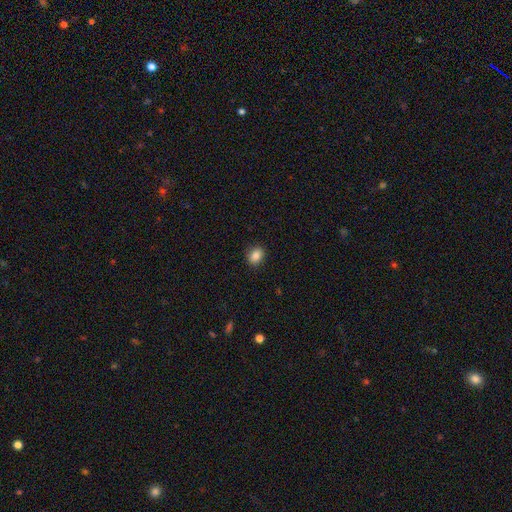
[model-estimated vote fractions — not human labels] This appears to be a smooth galaxy with no disk features (86%) that is in between round and cigar-shaped (56%). Merging: none (89%).